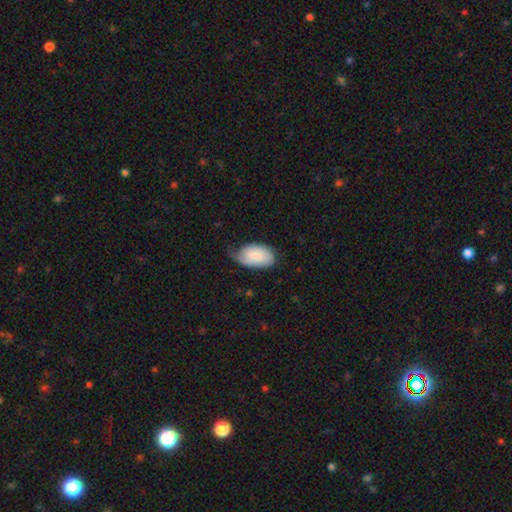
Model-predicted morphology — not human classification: smooth_or_featured: smooth (p=0.69) [alt: featured or disk p=0.25]
how_rounded: in between (p=0.93) [alt: round p=0.06]
merging: minor disturbance (p=0.44) [alt: none p=0.35]